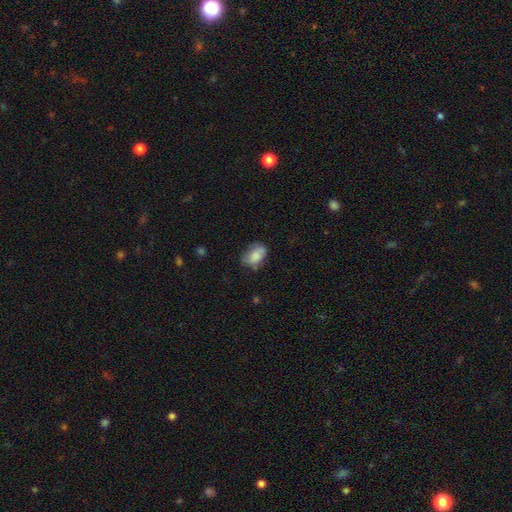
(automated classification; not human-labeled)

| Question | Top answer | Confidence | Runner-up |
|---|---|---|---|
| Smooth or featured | smooth | 75% | featured or disk (17%) |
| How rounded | in between | 84% | round (15%) |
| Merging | none | 56% | minor disturbance (31%) |